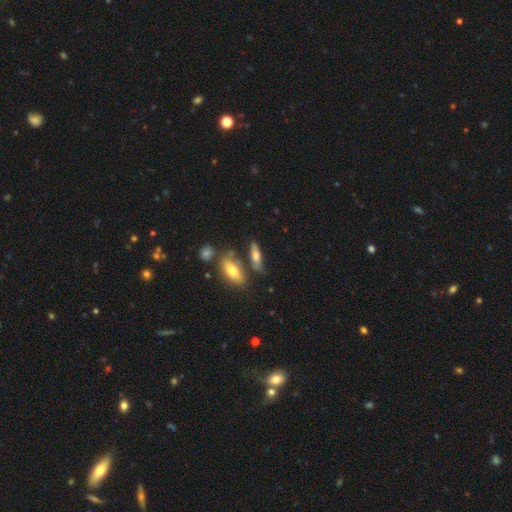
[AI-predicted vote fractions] smooth 59%, featured or disk 33%, star or artifact 8%. Down the decision tree: how rounded — in between (48%, tied with cigar-shaped); merging — none (63%).